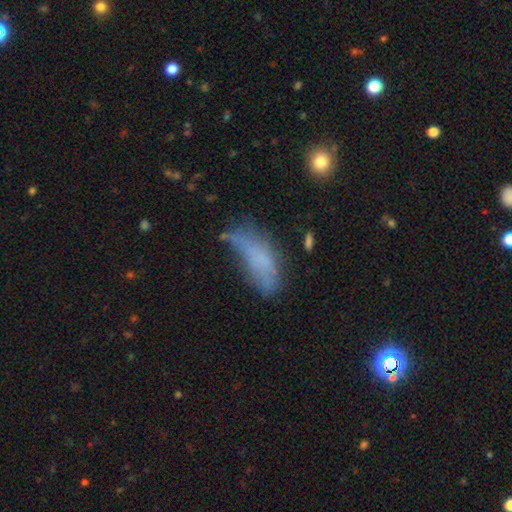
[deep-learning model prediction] This is possibly a smooth galaxy (59%). How rounded: likely in between (69%). Merging: marginally minor disturbance (34%).